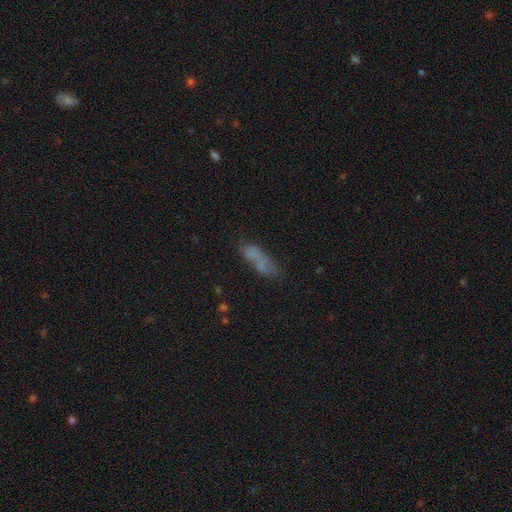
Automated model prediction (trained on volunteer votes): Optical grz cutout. It shows a smooth galaxy with no disk features (59%) that is in between round and cigar-shaped (52%). Merging: none (49%).